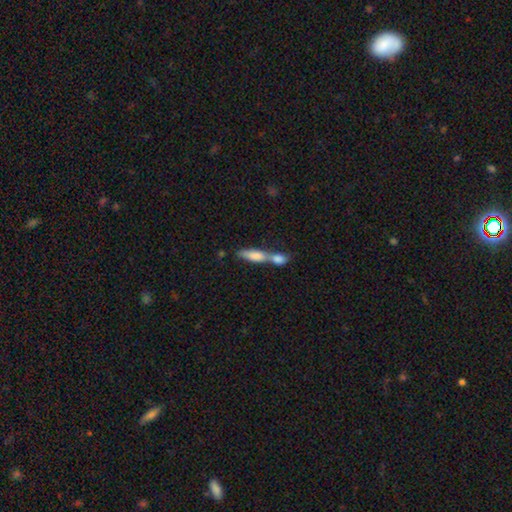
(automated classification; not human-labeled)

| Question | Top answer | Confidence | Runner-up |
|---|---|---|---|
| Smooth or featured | smooth | 66% | featured or disk (26%) |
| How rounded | cigar-shaped | 61% | in between (36%) |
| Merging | merger | 65% | none (24%) |